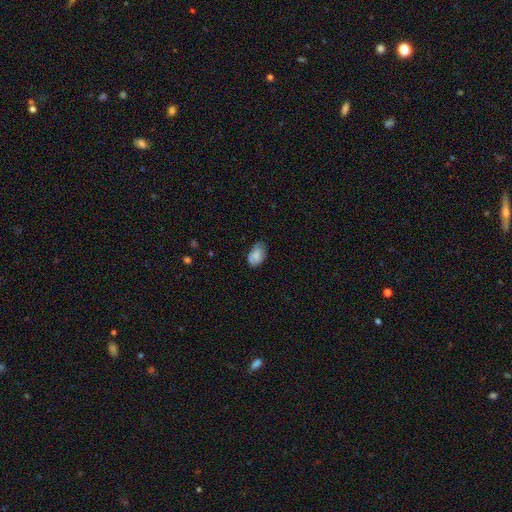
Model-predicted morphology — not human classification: smooth 81%, featured or disk 11%, star or artifact 8%. Down the decision tree: how rounded — in between (89%); merging — none (62%).